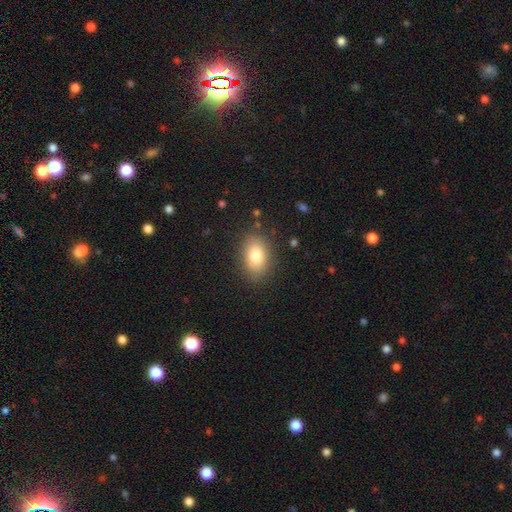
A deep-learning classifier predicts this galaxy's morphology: smooth 82%, featured or disk 10%, star or artifact 9%. Down the decision tree: how rounded — in between (84%); merging — none (84%).